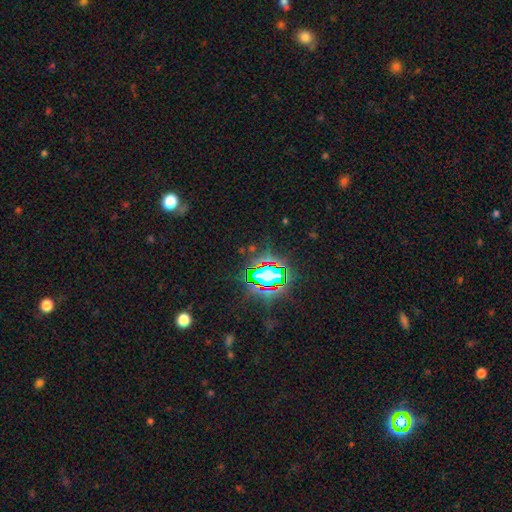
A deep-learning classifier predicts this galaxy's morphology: A star or artifact, not a galaxy (83%).

Vote fractions:
- Smooth or featured? star or artifact: 83% / smooth: 10% / featured or disk: 7%